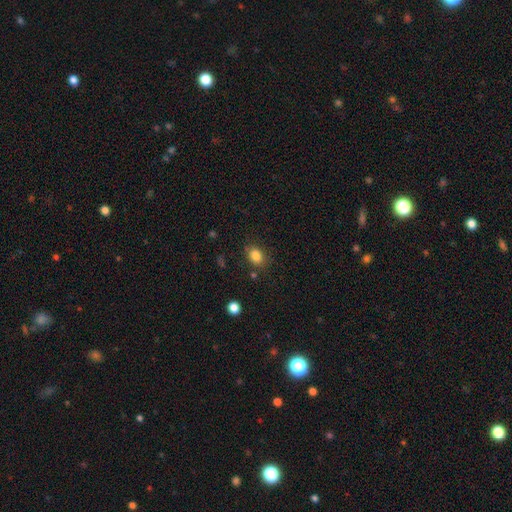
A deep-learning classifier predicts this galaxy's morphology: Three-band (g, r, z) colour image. It shows a smooth galaxy with no disk features (84%) that is in between round and cigar-shaped (63%). Merging: none (80%).